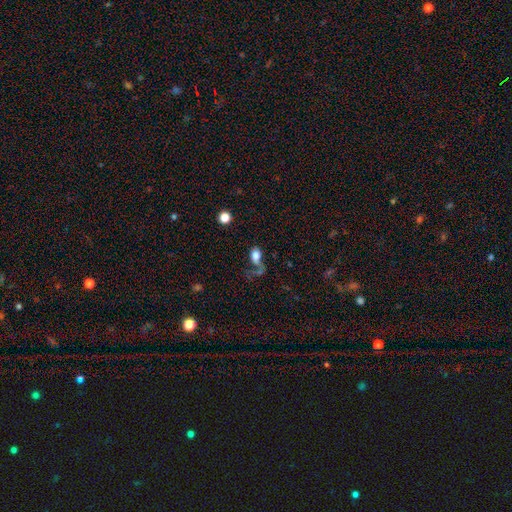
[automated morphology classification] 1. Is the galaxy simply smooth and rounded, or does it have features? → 74% smooth, 14% featured or disk, 12% star or artifact.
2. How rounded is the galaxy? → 73% in between, 24% round, 3% cigar-shaped.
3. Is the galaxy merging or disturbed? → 33% none, 29% major disturbance, 21% merger, 16% minor disturbance.